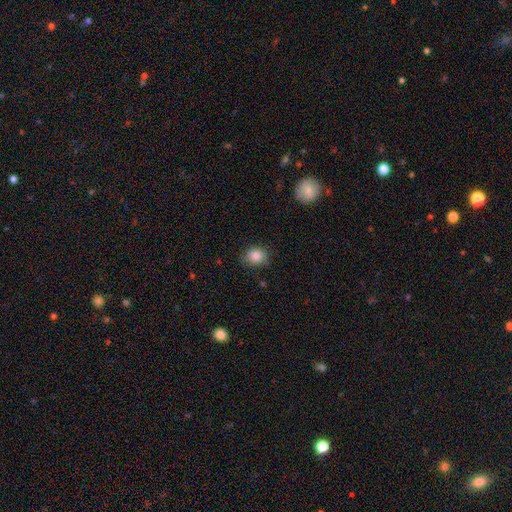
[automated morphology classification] Smooth or featured: smooth — 85% (star or artifact — 9%)
How rounded: round — 65% (in between — 34%)
Merging: none — 82% (minor disturbance — 14%)